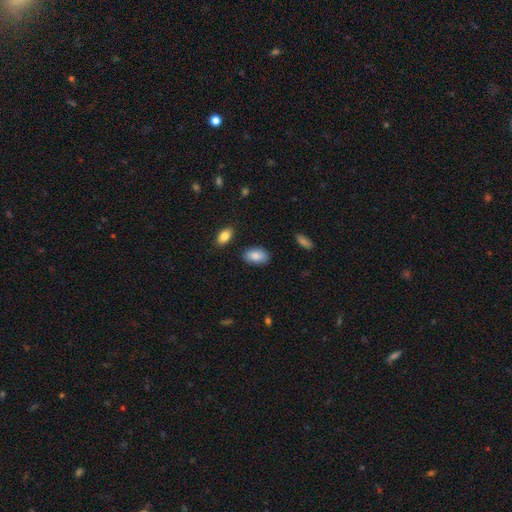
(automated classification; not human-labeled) Smooth or featured: smooth — 86% (featured or disk — 8%)
How rounded: in between — 94% (round — 4%)
Merging: none — 84% (minor disturbance — 11%)